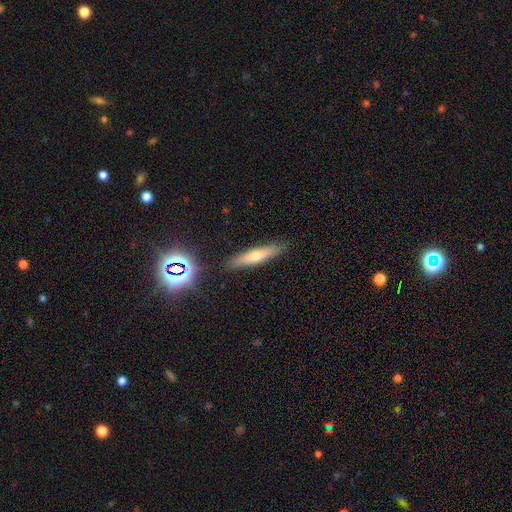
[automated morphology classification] Smooth or featured?
  - smooth: 54% *
  - featured or disk: 36%
  - star or artifact: 11%
How rounded?
  - cigar-shaped: 84% *
  - in between: 14%
  - round: 2%
Merging?
  - none: 88% *
  - minor disturbance: 8%
  - merger: 2%
  - major disturbance: 2%